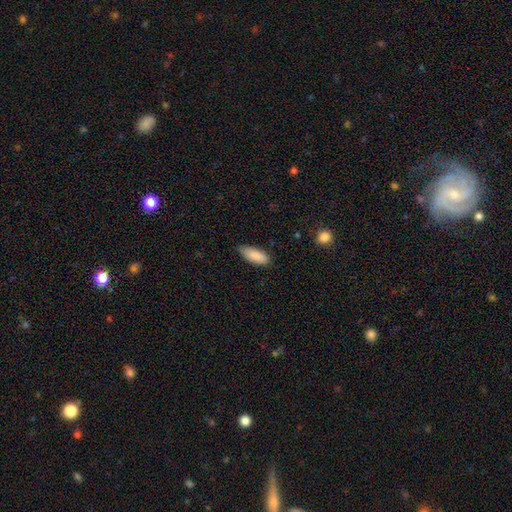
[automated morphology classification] Smooth or featured? Predicted: smooth (p=0.89). How rounded? Predicted: in between (p=0.78). Merging? Predicted: none (p=0.79).